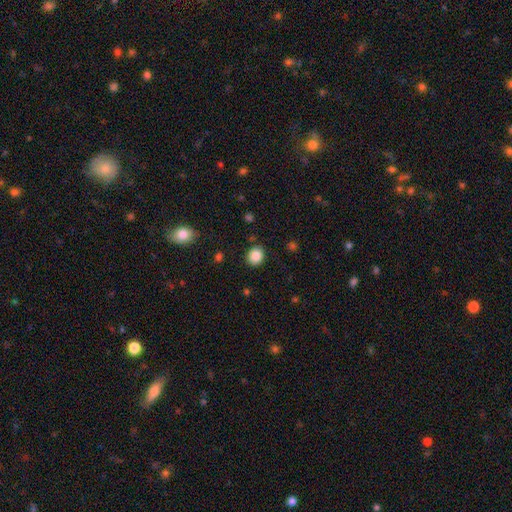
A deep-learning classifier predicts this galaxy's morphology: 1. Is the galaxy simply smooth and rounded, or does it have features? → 87% smooth, 10% star or artifact, 4% featured or disk.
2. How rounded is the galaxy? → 69% round, 30% in between, 1% cigar-shaped.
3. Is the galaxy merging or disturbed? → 87% none, 9% minor disturbance, 3% major disturbance, 2% merger.